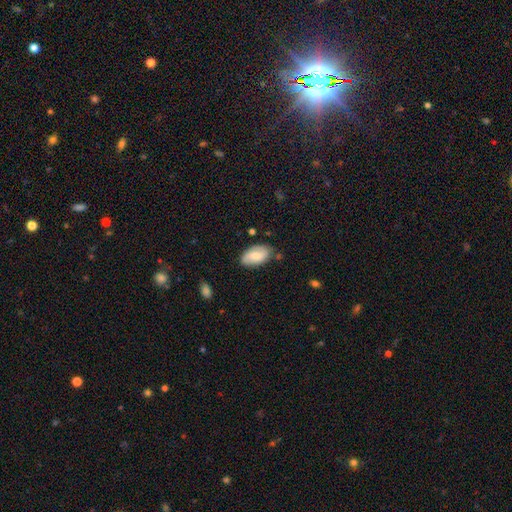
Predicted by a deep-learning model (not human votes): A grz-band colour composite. It shows a smooth galaxy with no disk features (64%) that is in between round and cigar-shaped (94%). Merging: none (77%).